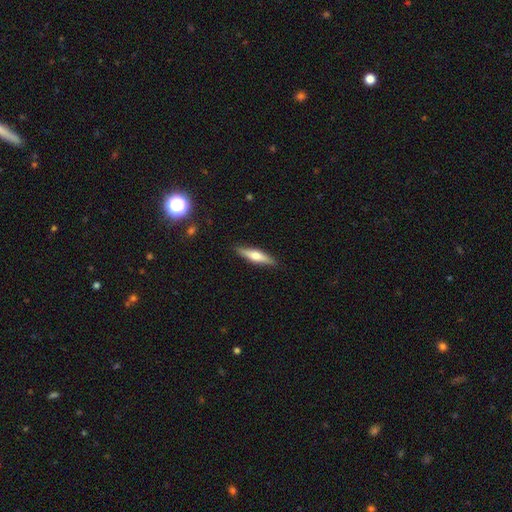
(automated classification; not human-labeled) Morphology: type=featured or disk (48%); merging=none (89%).